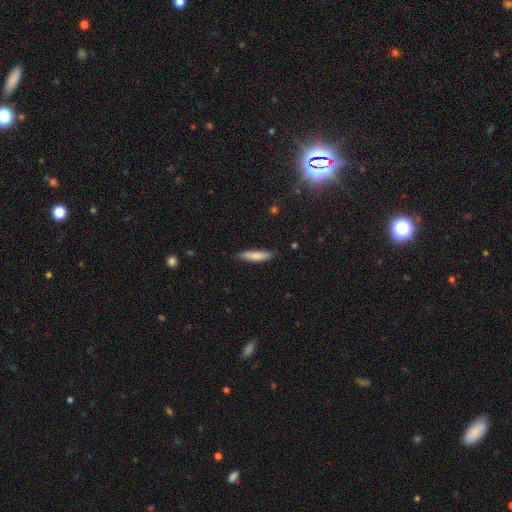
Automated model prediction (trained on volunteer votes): This is clearly a smooth galaxy (80%). How rounded: likely cigar-shaped (74%). Merging: clearly none (81%).